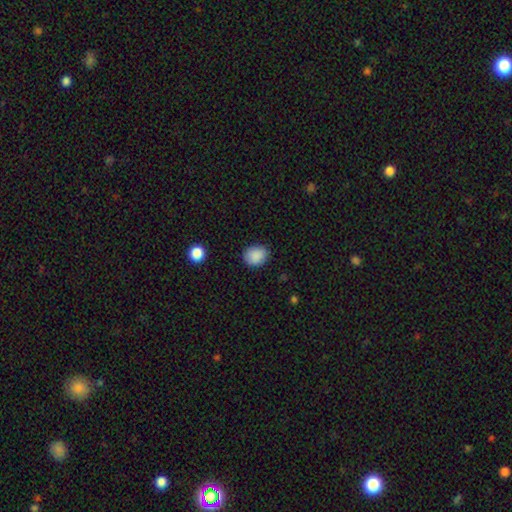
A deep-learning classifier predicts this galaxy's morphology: This is clearly a smooth galaxy (89%). How rounded: possibly round (56%). Merging: clearly none (83%).